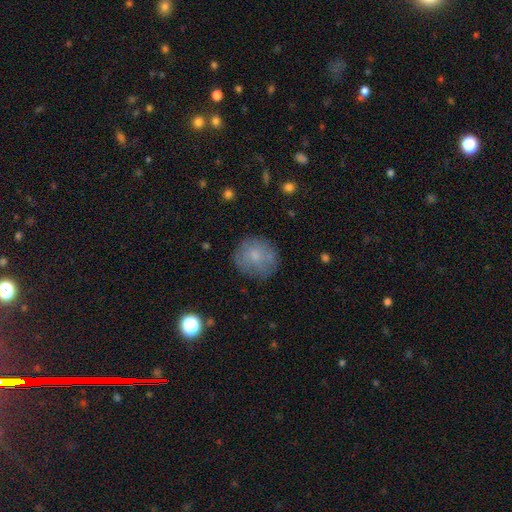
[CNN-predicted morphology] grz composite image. It shows a smooth galaxy with no disk features (69%) that is round (89%). Merging: none (74%).